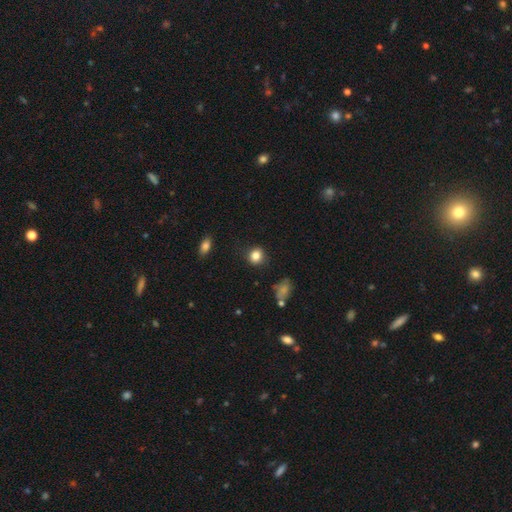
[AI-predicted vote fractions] smooth 83%, star or artifact 11%, featured or disk 5%. Down the decision tree: how rounded — round (82%); merging — none (83%).